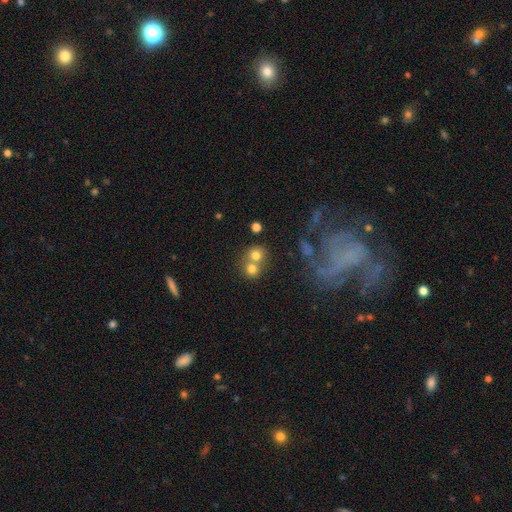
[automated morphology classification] smooth-or-featured: smooth: 72% | featured or disk: 14% | star or artifact: 14%
  how-rounded: round: 82% | in between: 17% | cigar-shaped: 1%
  merging: merger: 50% | none: 40% | minor disturbance: 6% | major disturbance: 4%